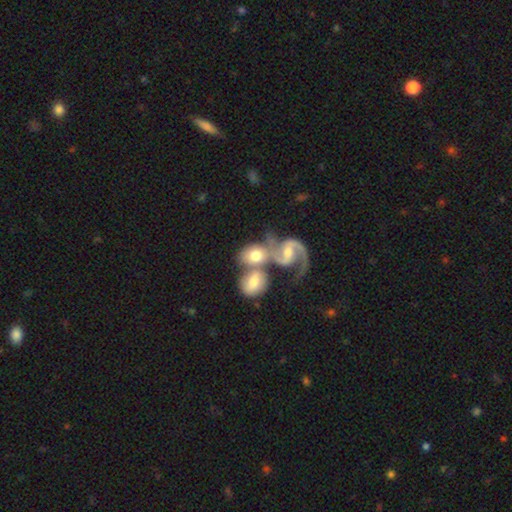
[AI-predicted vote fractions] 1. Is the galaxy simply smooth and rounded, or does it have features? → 63% featured or disk, 31% smooth, 6% star or artifact.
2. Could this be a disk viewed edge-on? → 97% no, 3% yes.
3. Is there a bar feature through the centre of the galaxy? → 45% weak, 36% no, 20% strong.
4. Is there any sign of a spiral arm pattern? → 91% yes, 9% no.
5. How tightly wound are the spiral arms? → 53% medium, 32% loose, 15% tight.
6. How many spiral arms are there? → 83% 2, 8% 1, 5% can't tell, 2% 3, 1% 4, 1% more than 4.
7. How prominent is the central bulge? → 55% moderate, 29% small, 10% large, 4% none, 2% dominant.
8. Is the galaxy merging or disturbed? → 60% merger, 25% none, 9% minor disturbance, 7% major disturbance.